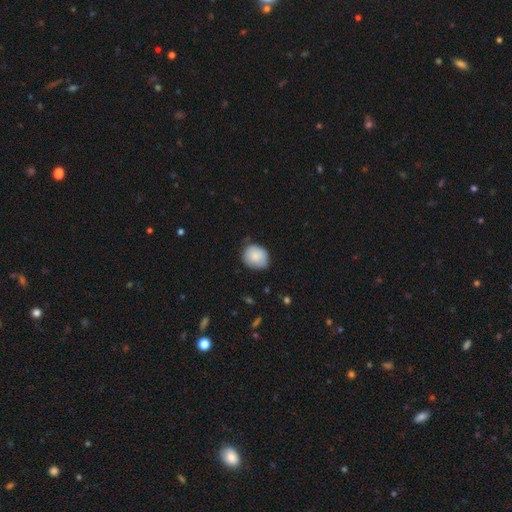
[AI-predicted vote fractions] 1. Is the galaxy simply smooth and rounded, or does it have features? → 84% smooth, 9% featured or disk, 7% star or artifact.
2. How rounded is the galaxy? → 69% round, 30% in between, 1% cigar-shaped.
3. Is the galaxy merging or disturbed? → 67% none, 28% minor disturbance, 4% major disturbance, 1% merger.